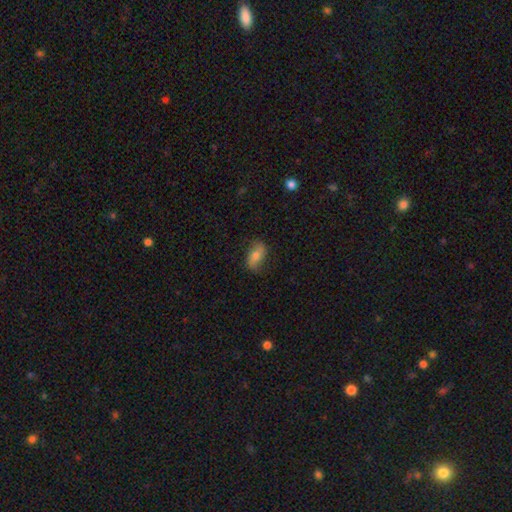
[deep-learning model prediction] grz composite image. It shows a smooth galaxy with no disk features (56%) that is in between round and cigar-shaped (86%). Merging: none (75%).